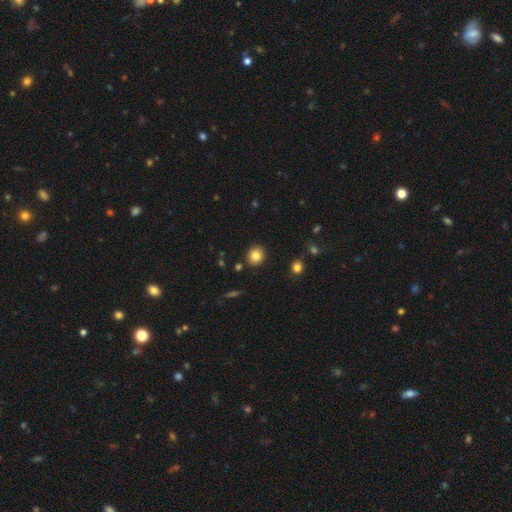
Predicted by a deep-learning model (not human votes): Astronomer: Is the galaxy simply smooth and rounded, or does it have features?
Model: smooth — 83%.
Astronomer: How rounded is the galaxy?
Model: round — 84%.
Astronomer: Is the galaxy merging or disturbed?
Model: none — 89%.